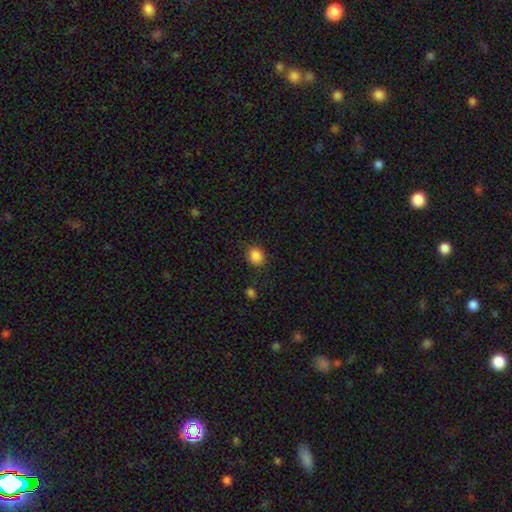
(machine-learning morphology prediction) Smooth or featured?
  - smooth: 86% *
  - star or artifact: 10%
  - featured or disk: 4%
How rounded?
  - round: 79% *
  - in between: 20%
  - cigar-shaped: 1%
Merging?
  - none: 84% *
  - minor disturbance: 11%
  - major disturbance: 3%
  - merger: 2%